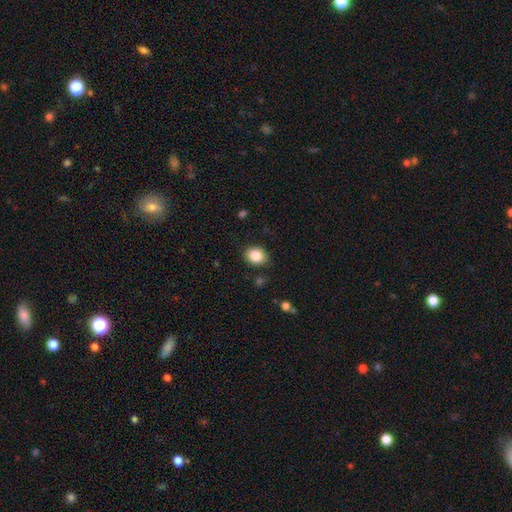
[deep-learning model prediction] A smooth galaxy with no disk features (86%) that is round (56%).

Vote fractions:
- Smooth or featured? smooth: 86% / star or artifact: 9% / featured or disk: 5%
- How rounded? round: 56% / in between: 44% / cigar-shaped: 1%
- Merging? none: 84% / minor disturbance: 12% / major disturbance: 3% / merger: 2%